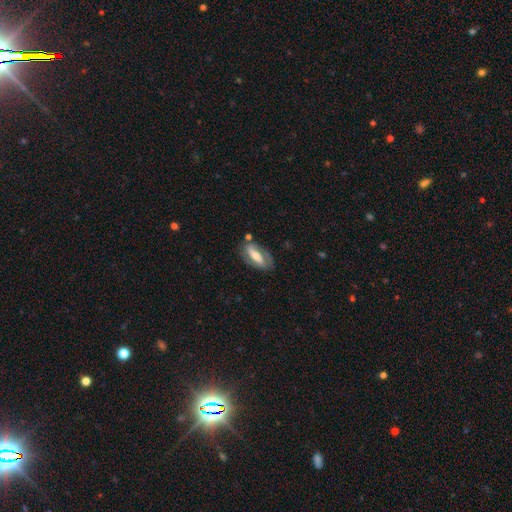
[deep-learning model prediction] Q: Smooth or featured?
A: featured or disk (63%); runner-up: smooth (31%)
Q: Edge-on disk?
A: no (85%); runner-up: yes (15%)
Q: Bar?
A: strong (57%); runner-up: weak (24%)
Q: Spiral arms?
A: yes (59%); runner-up: no (41%)
Q: Bulge size?
A: moderate (60%); runner-up: small (27%)
Q: Merging?
A: none (73%); runner-up: minor disturbance (17%)